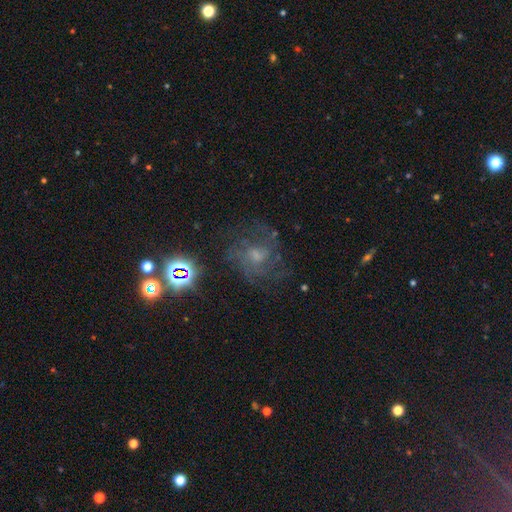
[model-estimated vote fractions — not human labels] Smooth or featured: featured or disk — 57% (star or artifact — 23%)
Edge-on disk: no — 97% (yes — 3%)
Bar: no — 65% (weak — 30%)
Spiral arms: yes — 80% (no — 20%)
Bulge size: moderate — 38% (small — 37%)
Merging: none — 61% (major disturbance — 18%)